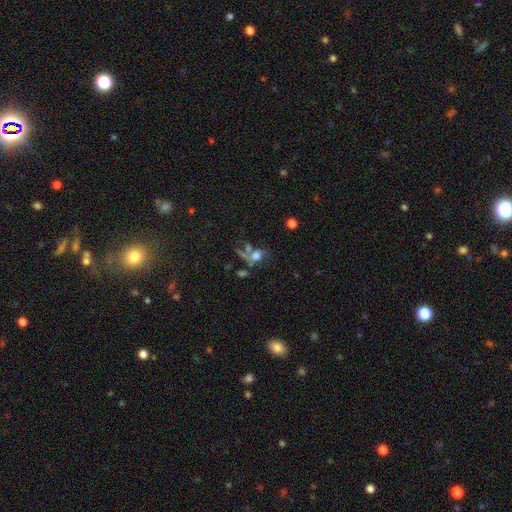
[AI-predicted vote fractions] The model was most divided on "merging": merger: 38%, major disturbance: 26%, none: 24%, minor disturbance: 12%. Remaining: smooth or featured — smooth (48%).